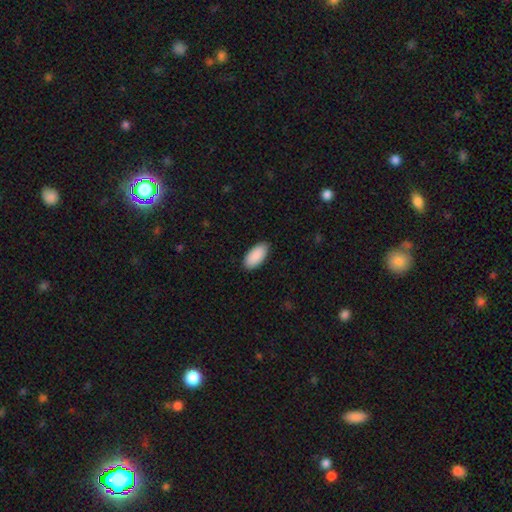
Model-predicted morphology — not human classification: Smooth or featured: smooth — 91% (star or artifact — 6%)
How rounded: in between — 94% (cigar-shaped — 4%)
Merging: none — 86% (minor disturbance — 11%)